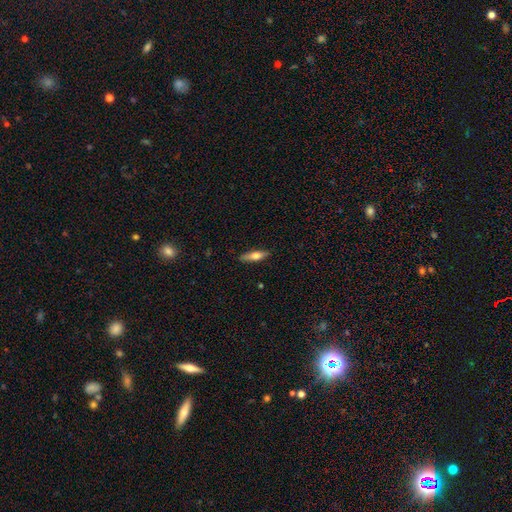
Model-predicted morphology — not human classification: Smooth or featured? smooth (56%)
How rounded? cigar-shaped (63%)
Merging? none (88%)